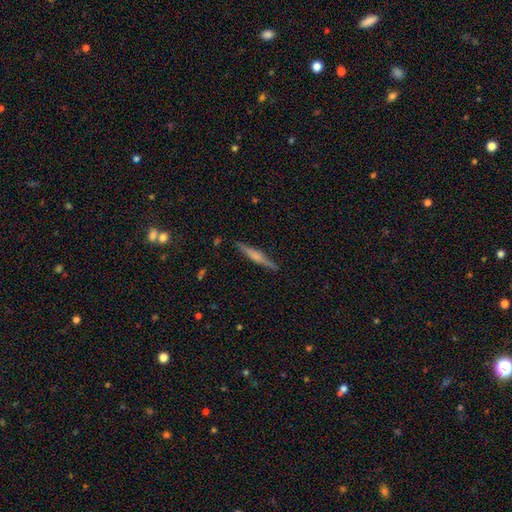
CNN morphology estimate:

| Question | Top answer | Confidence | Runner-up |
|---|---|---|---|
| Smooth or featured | featured or disk | 56% | smooth (37%) |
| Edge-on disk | yes | 97% | no (3%) |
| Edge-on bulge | rounded | 57% | boxy (23%) |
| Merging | none | 88% | minor disturbance (9%) |